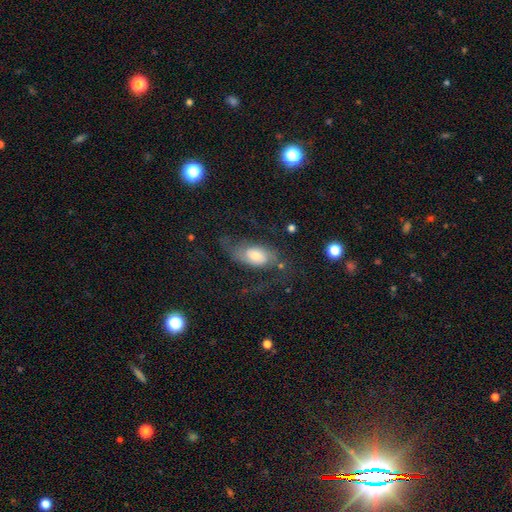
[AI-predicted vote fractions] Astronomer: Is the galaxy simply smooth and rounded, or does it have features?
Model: featured or disk — 63%.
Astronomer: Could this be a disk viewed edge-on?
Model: no — 92%.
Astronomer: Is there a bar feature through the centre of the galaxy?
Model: no — 63%.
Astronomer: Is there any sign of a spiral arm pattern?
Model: yes — 86%.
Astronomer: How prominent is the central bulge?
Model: moderate — 50%.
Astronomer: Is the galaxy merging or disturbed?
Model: none — 53%.